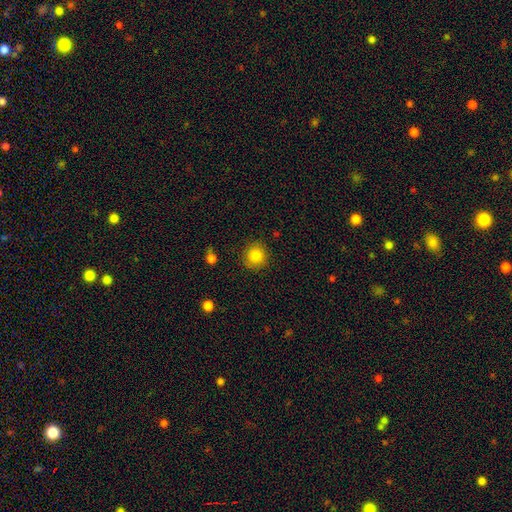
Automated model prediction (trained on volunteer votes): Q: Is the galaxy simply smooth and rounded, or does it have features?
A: smooth — 84%.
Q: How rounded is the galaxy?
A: round — 89%.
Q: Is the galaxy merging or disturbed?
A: none — 87%.